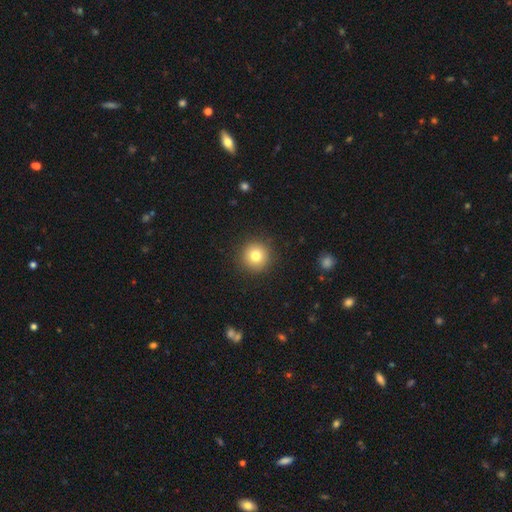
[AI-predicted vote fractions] The model was most divided on "smooth or featured": smooth: 79%, star or artifact: 11%, featured or disk: 10%. More confident: how rounded — round (95%); merging — none (91%).